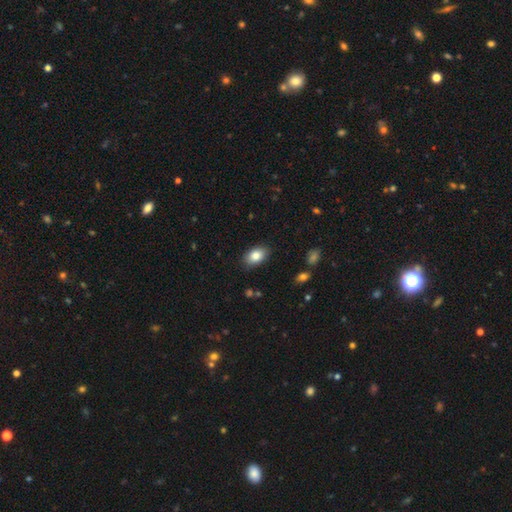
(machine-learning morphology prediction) This is clearly a smooth galaxy (84%). How rounded: clearly in between (89%). Merging: clearly none (86%).